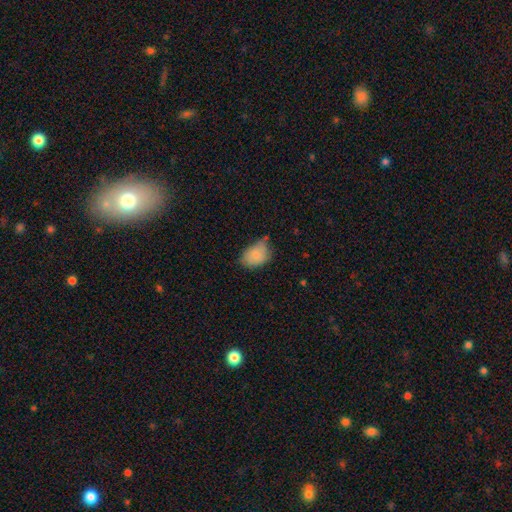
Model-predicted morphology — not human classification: This appears to be a smooth galaxy with no disk features (84%) that is in between round and cigar-shaped (81%). Merging: none (47%).